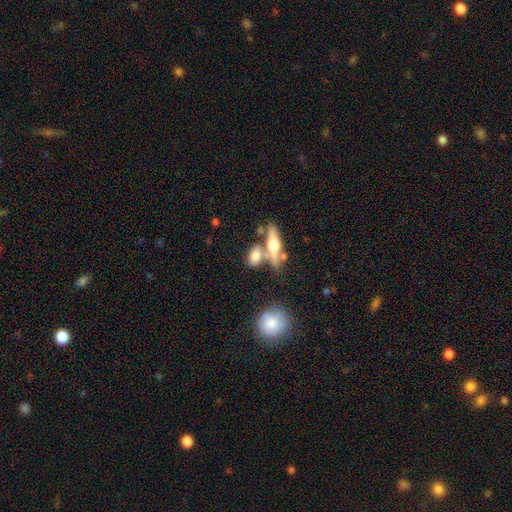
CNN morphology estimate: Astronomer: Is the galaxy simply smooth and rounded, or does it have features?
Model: smooth — 60%.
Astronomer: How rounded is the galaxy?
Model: in between — 61%.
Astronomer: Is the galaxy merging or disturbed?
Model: none — 49% (runner-up: merger, 35%).